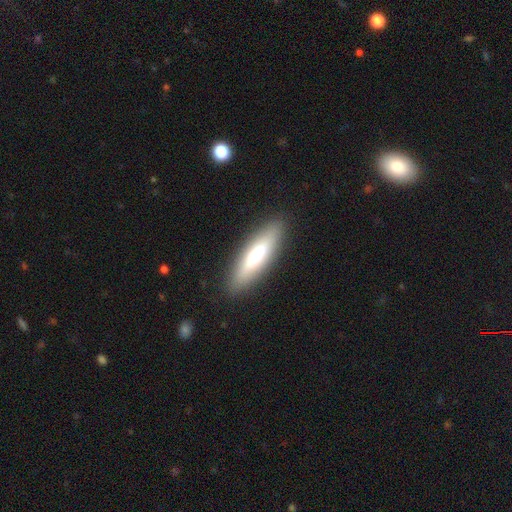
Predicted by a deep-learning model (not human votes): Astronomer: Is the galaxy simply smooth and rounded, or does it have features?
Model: smooth — 63%.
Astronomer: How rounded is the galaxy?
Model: cigar-shaped — 64%.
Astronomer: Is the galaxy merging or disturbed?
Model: none — 89%.